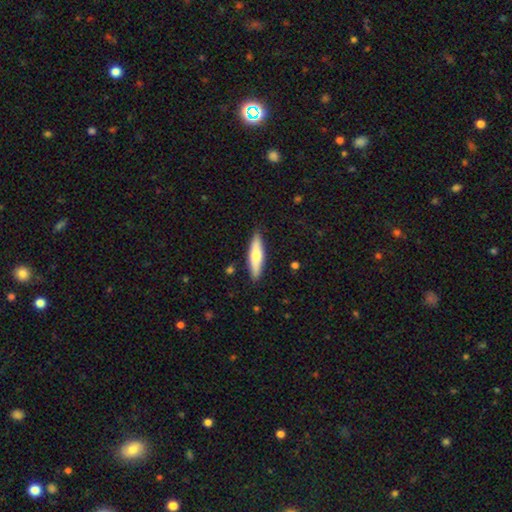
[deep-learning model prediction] A smooth galaxy with no disk features (62%) that is cigar-shaped (72%). Merging: none (88%).